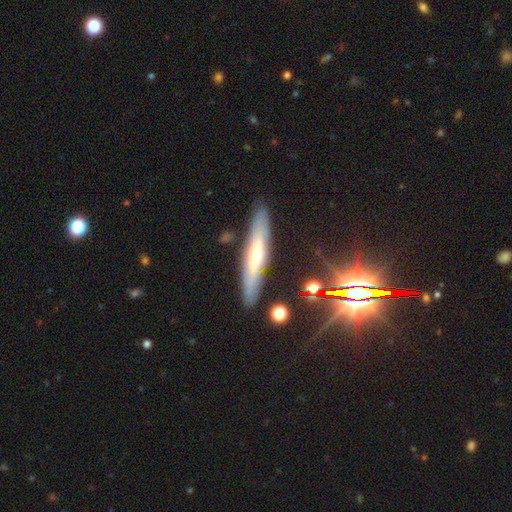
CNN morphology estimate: type=featured or disk (54%); edge-on=yes (80%); merging=none (86%).